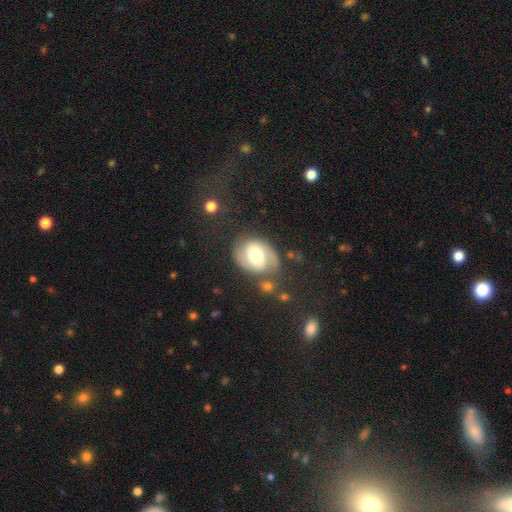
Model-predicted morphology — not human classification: Smooth or featured?
  - featured or disk: 69% *
  - smooth: 24%
  - star or artifact: 7%
Edge-on disk?
  - no: 97% *
  - yes: 3%
Bar?
  - no: 42% *
  - weak: 41%
  - strong: 17%
Spiral arms?
  - yes: 89% *
  - no: 11%
Spiral winding?
  - medium: 48% *
  - tight: 34%
  - loose: 18%
Spiral arm count?
  - 2: 88% *
  - can't tell: 6%
  - 1: 3%
  - 3: 1%
  - 4: 1%
  - more than 4: 1%
Bulge size?
  - moderate: 57% *
  - large: 28%
  - small: 10%
  - dominant: 4%
  - none: 2%
Merging?
  - none: 70% *
  - minor disturbance: 17%
  - major disturbance: 8%
  - merger: 4%